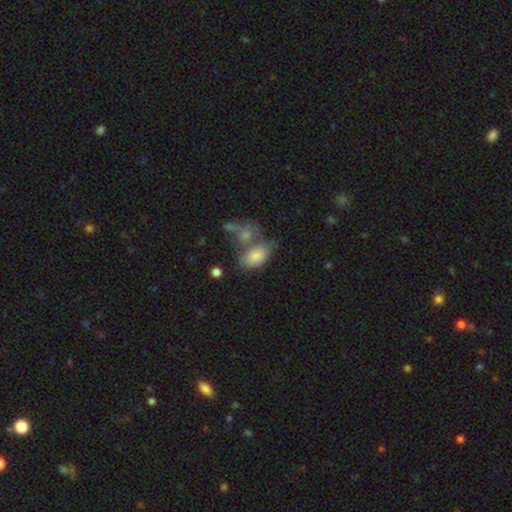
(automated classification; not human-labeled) The model was most divided on "merging": merger: 42%, none: 32%, minor disturbance: 16%, major disturbance: 10%. More confident: how rounded — in between (89%); smooth or featured — smooth (78%).